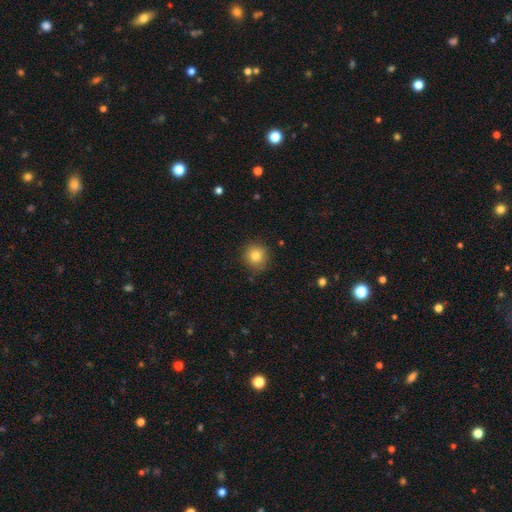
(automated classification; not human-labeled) Q: Smooth or featured?
A: smooth (80%); runner-up: star or artifact (11%)
Q: How rounded?
A: round (89%); runner-up: in between (10%)
Q: Merging?
A: none (86%); runner-up: minor disturbance (11%)